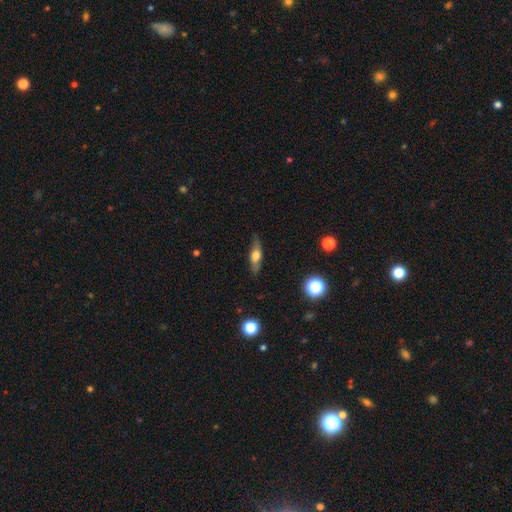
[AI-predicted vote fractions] Q: Smooth or featured?
A: smooth (50%); runner-up: featured or disk (43%)
Q: Merging?
A: none (82%); runner-up: minor disturbance (14%)